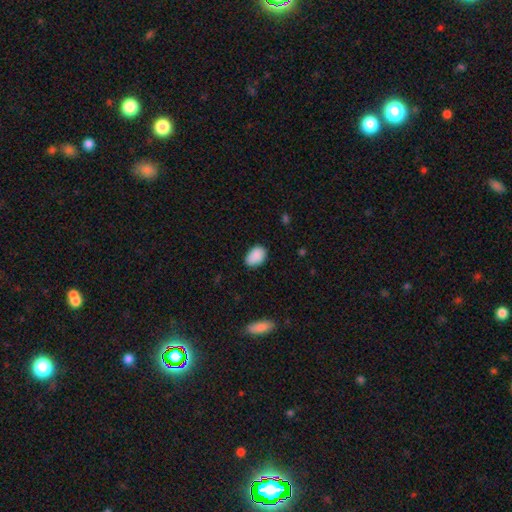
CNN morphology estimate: This appears to be a smooth galaxy with no disk features (89%) that is in between round and cigar-shaped (85%). Merging: none (76%).